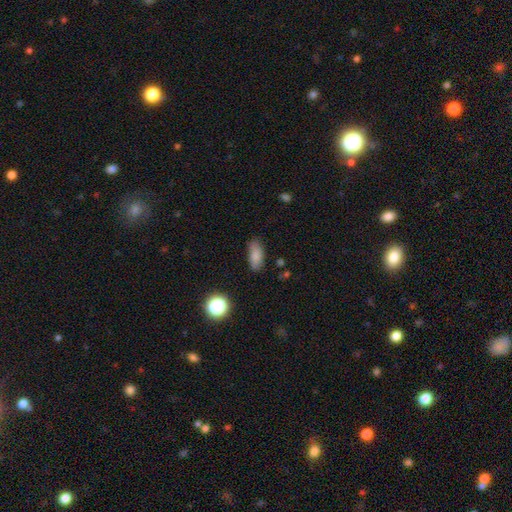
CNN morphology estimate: Smooth or featured?
  - smooth: 83% *
  - star or artifact: 10%
  - featured or disk: 7%
How rounded?
  - in between: 82% *
  - cigar-shaped: 14%
  - round: 4%
Merging?
  - none: 80% *
  - minor disturbance: 15%
  - major disturbance: 3%
  - merger: 2%